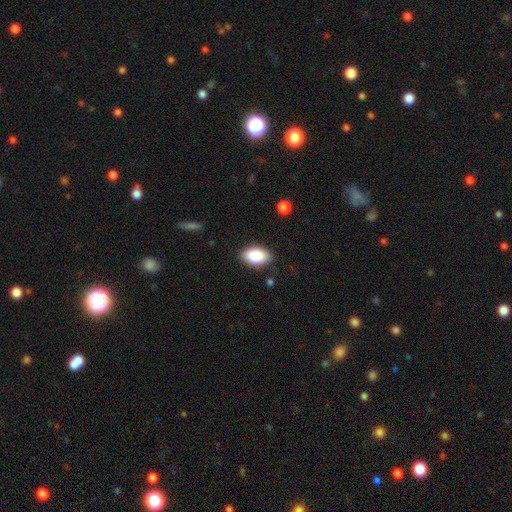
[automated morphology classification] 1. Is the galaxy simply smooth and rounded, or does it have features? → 89% smooth, 7% star or artifact, 5% featured or disk.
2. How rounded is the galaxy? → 93% in between, 5% round, 2% cigar-shaped.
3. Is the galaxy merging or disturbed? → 85% none, 11% minor disturbance, 3% major disturbance, 1% merger.